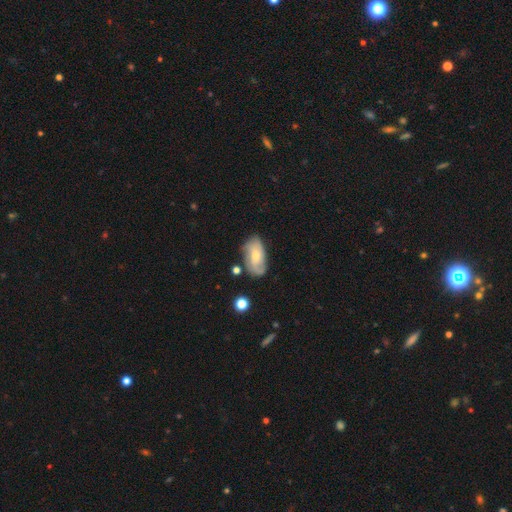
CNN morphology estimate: featured or disk 54%, smooth 39%, star or artifact 7%. Down the decision tree: edge-on disk — no (93%); bar — no (67%); spiral arms — yes (82%); bulge size — small (50%); merging — none (64%).